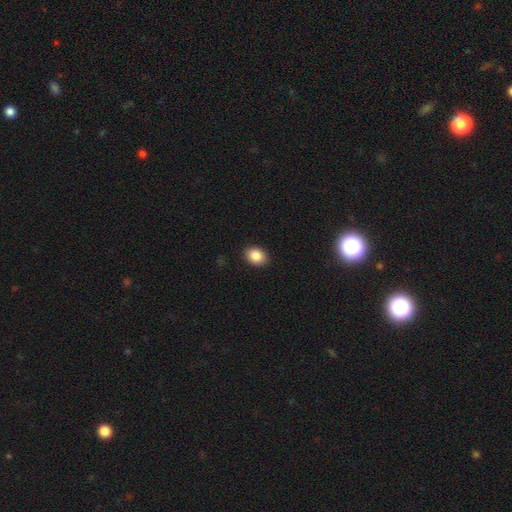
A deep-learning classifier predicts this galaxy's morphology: A smooth galaxy with no disk features (87%) that is in between round and cigar-shaped (67%).

Vote fractions:
- Smooth or featured? smooth: 87% / star or artifact: 8% / featured or disk: 5%
- How rounded? in between: 67% / round: 32% / cigar-shaped: 1%
- Merging? none: 90% / minor disturbance: 7% / major disturbance: 2% / merger: 1%